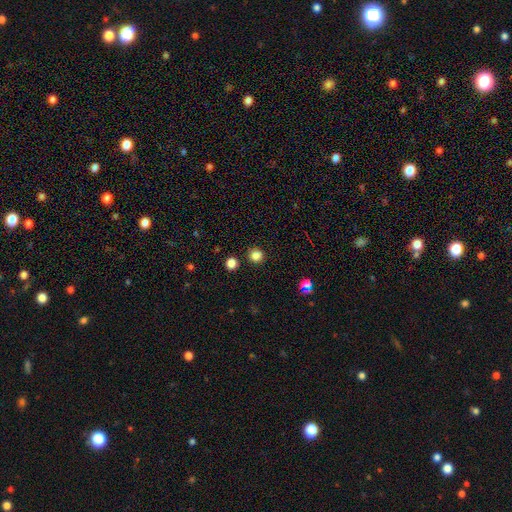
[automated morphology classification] smooth-or-featured: smooth: 83% | star or artifact: 13% | featured or disk: 4%
  how-rounded: round: 94% | in between: 5% | cigar-shaped: 1%
  merging: none: 91% | minor disturbance: 5% | merger: 2% | major disturbance: 2%